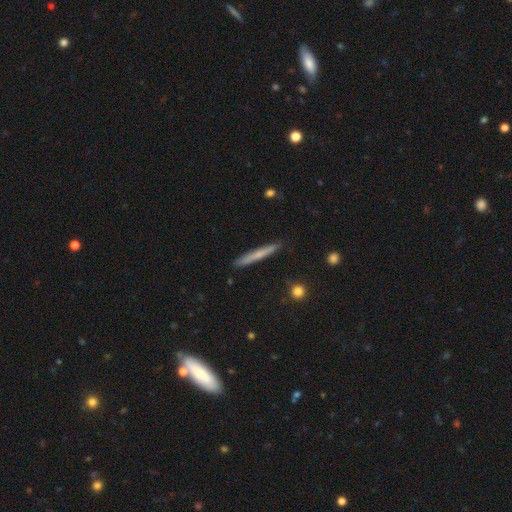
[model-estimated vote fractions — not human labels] A smooth galaxy with no disk features (62%) that is cigar-shaped (96%). Merging: none (90%).